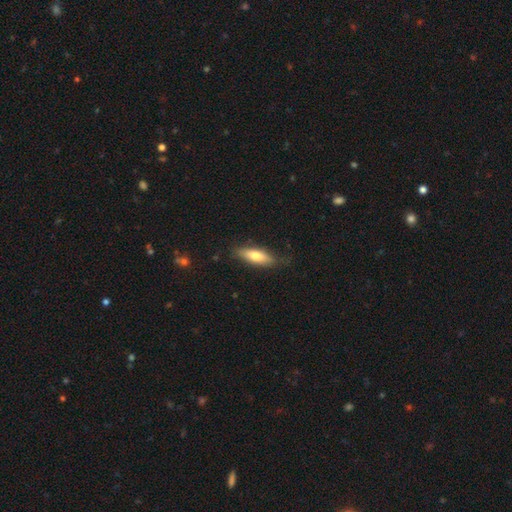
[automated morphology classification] This appears to be a smooth galaxy with no disk features (70%) that is in between round and cigar-shaped (56%). Merging: none (76%).